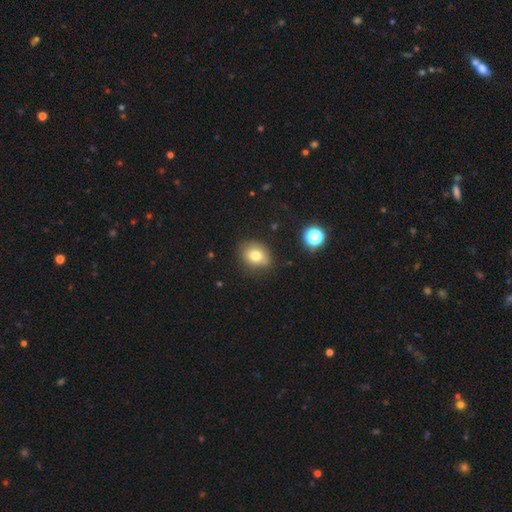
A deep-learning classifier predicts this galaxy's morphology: Overall: smooth (77%). How rounded: in between (52%; round 47%). Merging: none (76%).